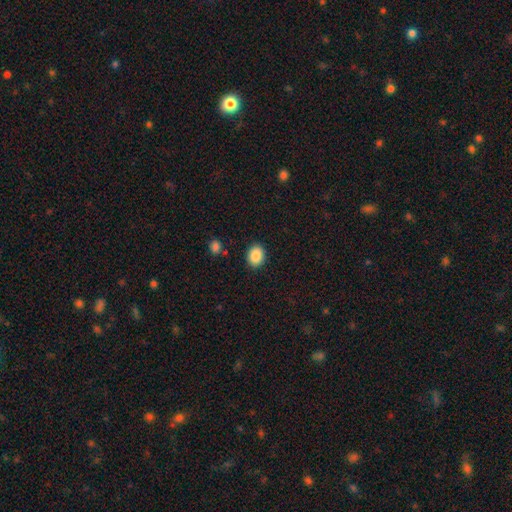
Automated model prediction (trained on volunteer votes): A smooth galaxy with no disk features (88%) that is in between round and cigar-shaped (56%).

Vote fractions:
- Smooth or featured? smooth: 88% / star or artifact: 8% / featured or disk: 4%
- How rounded? in between: 56% / round: 43% / cigar-shaped: 1%
- Merging? none: 89% / minor disturbance: 8% / major disturbance: 2% / merger: 2%